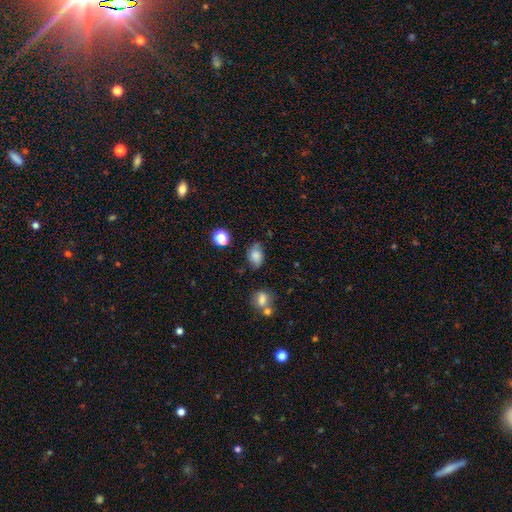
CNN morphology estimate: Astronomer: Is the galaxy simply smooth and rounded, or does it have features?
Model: smooth — 76%.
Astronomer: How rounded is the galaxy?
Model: in between — 75%.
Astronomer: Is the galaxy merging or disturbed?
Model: none — 66%.